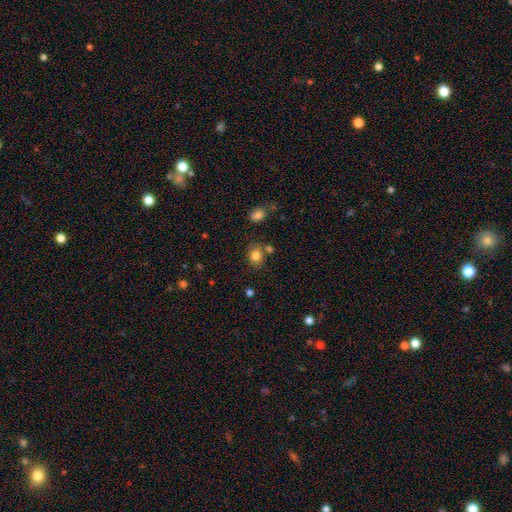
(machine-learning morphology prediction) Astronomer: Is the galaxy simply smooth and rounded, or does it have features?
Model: smooth — 82%.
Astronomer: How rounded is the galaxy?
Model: round — 57% (runner-up: in between, 42%).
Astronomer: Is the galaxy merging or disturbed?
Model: none — 71%.